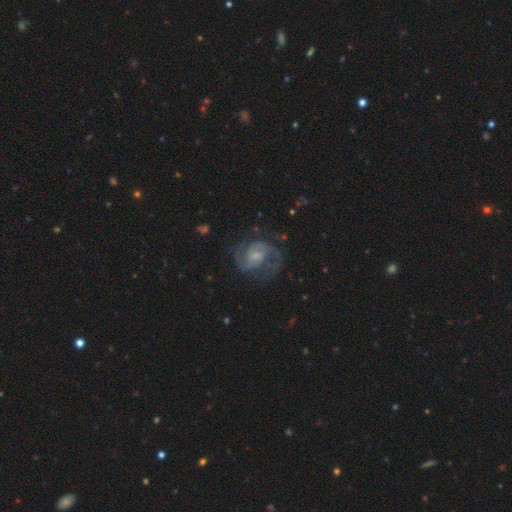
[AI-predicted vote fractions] Overall: featured or disk (84%). Edge-on disk: no (98%). Bar: weak (50%; no 37%). Spiral arms: yes (95%). Spiral arm count: 2 (78%). Spiral winding: medium (53%; tight 32%). Bulge size: small (50%; moderate 30%). Merging: none (66%).